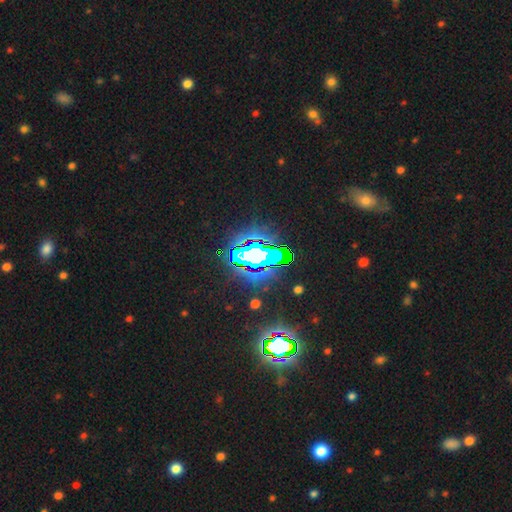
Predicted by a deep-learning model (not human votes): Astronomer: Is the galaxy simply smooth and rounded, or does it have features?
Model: star or artifact — 68%.